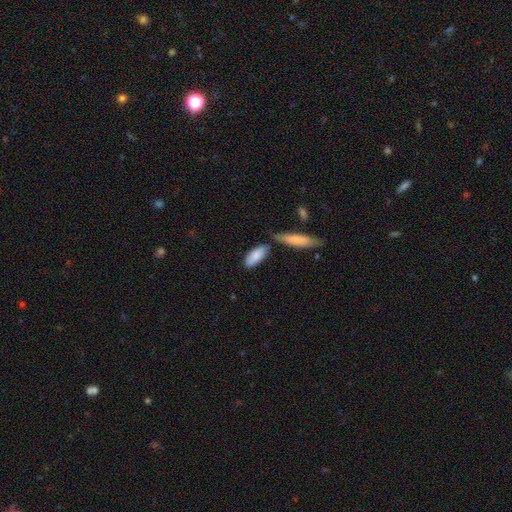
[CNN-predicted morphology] smooth_or_featured: smooth (p=0.85) [alt: featured or disk p=0.10]
how_rounded: in between (p=0.71) [alt: cigar-shaped p=0.28]
merging: none (p=0.60) [alt: merger p=0.19]